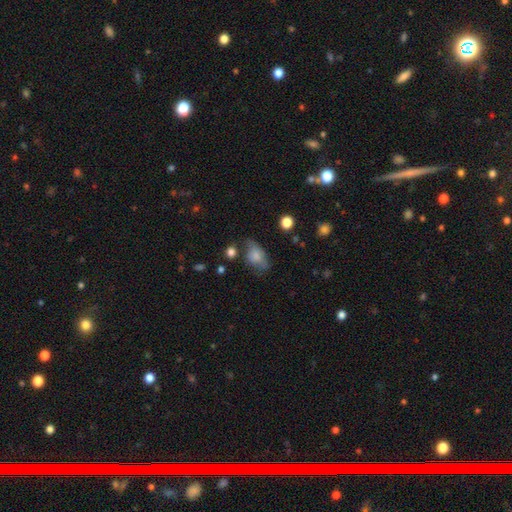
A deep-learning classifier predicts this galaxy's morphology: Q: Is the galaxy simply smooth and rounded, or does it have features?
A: smooth — 70%.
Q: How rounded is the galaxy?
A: in between — 82%.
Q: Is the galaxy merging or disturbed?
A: none — 42%.